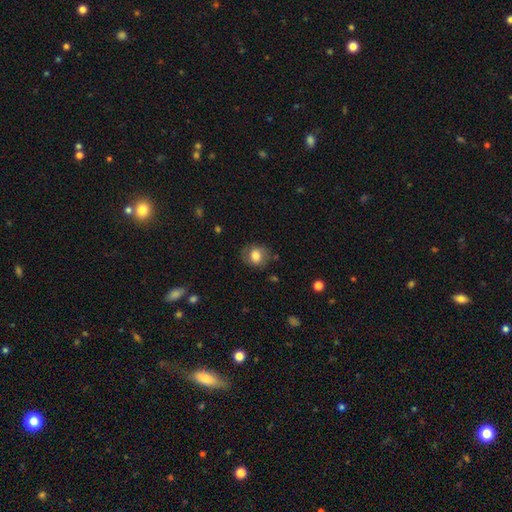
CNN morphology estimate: smooth-or-featured: smooth: 74% | featured or disk: 17% | star or artifact: 9%
  how-rounded: round: 66% | in between: 33% | cigar-shaped: 1%
  merging: none: 72% | minor disturbance: 19% | major disturbance: 7% | merger: 2%